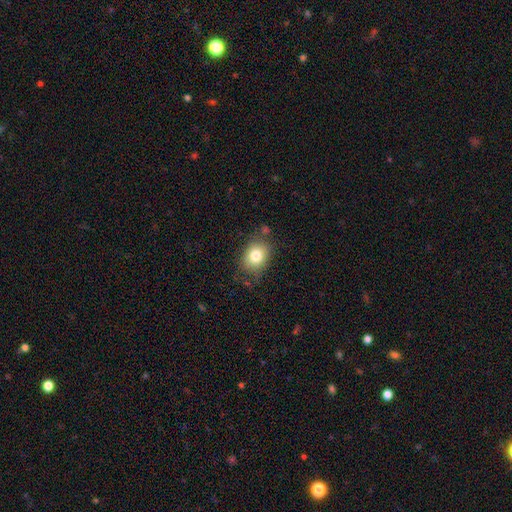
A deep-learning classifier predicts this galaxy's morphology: smooth_or_featured: smooth (p=0.79) [alt: featured or disk p=0.11]
how_rounded: in between (p=0.56) [alt: round p=0.43]
merging: none (p=0.74) [alt: minor disturbance p=0.18]